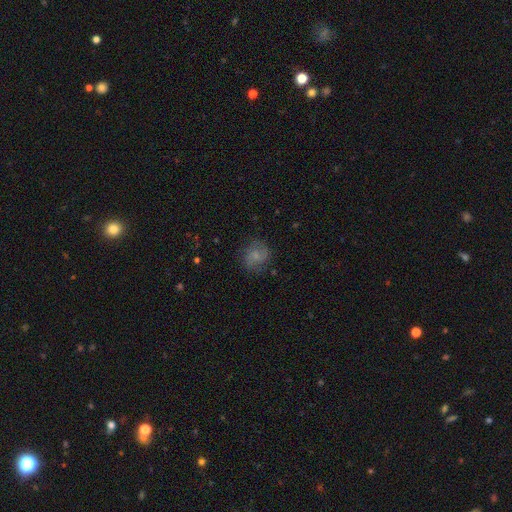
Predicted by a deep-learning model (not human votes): smooth_or_featured: smooth (p=0.67) [alt: featured or disk p=0.23]
how_rounded: round (p=0.76) [alt: in between p=0.23]
merging: none (p=0.74) [alt: minor disturbance p=0.18]